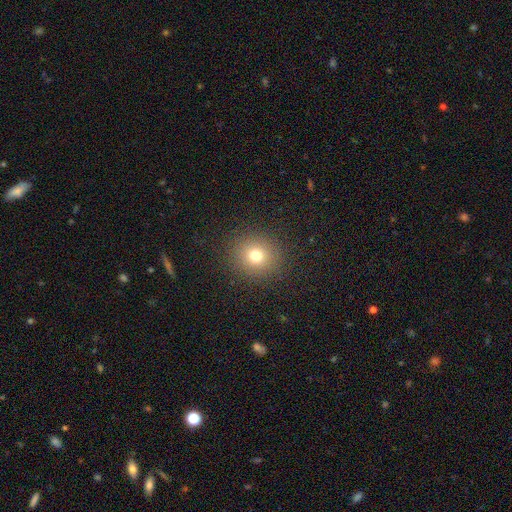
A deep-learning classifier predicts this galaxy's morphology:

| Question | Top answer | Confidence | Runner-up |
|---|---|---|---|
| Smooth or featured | smooth | 74% | star or artifact (16%) |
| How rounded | round | 87% | in between (12%) |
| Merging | none | 89% | minor disturbance (6%) |